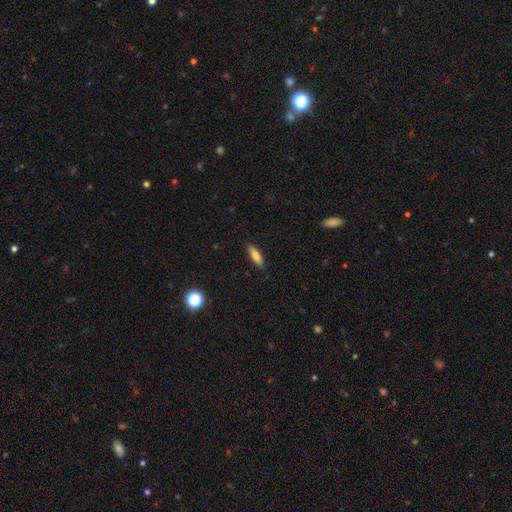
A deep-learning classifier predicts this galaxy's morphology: Overall: smooth (75%). How rounded: in between (50%; cigar-shaped 47%). Merging: none (87%).